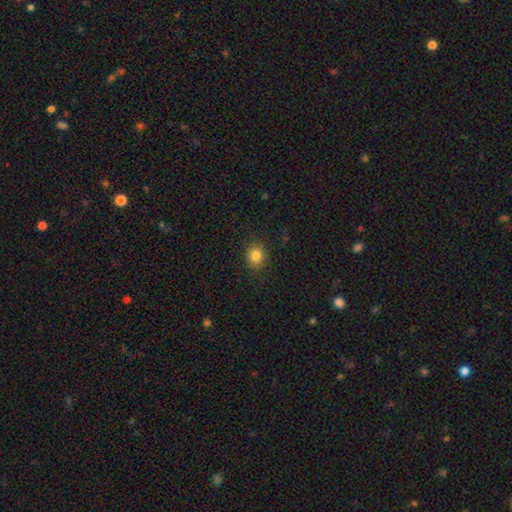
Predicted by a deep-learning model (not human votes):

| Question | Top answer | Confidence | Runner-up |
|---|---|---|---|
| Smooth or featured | smooth | 84% | star or artifact (11%) |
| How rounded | round | 74% | in between (25%) |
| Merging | none | 88% | minor disturbance (8%) |